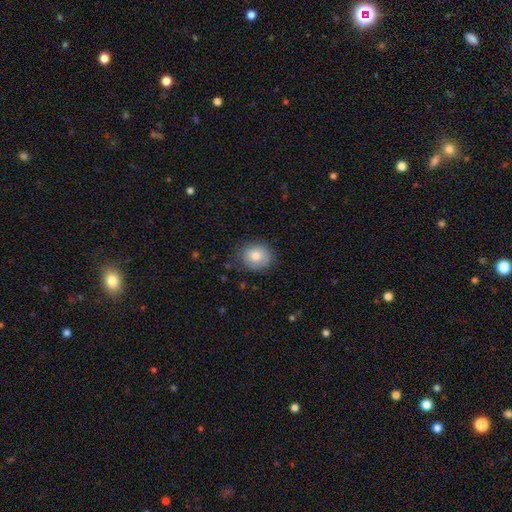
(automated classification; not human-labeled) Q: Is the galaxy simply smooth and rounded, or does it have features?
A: smooth — 81%.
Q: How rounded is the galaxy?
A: round — 63%.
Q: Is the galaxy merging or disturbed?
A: none — 80%.